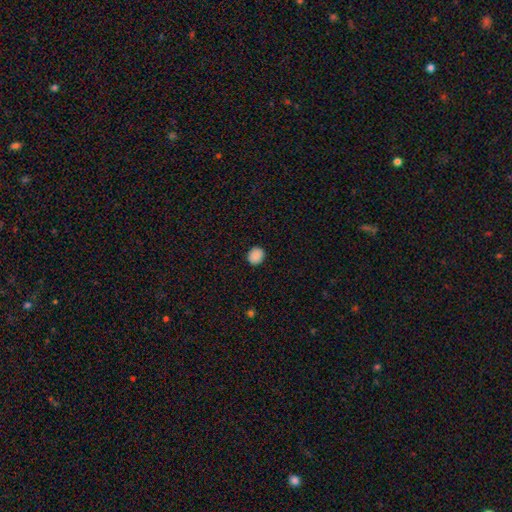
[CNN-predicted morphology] The model was most divided on "how rounded": round: 72%, in between: 27%, cigar-shaped: 1%. More confident: merging — none (91%); smooth or featured — smooth (89%).